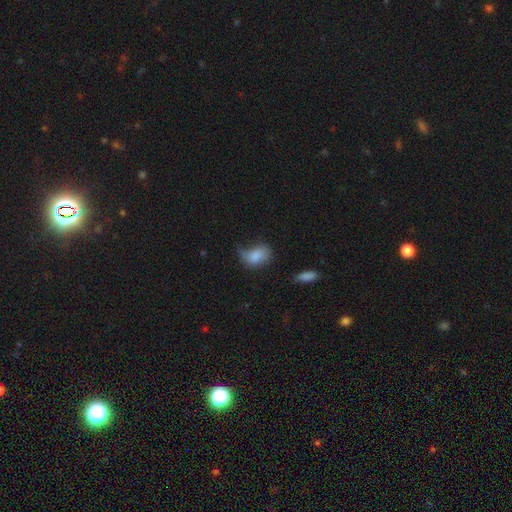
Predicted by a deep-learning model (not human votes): A smooth galaxy with no disk features (79%) that is in between round and cigar-shaped (84%).

Vote fractions:
- Smooth or featured? smooth: 79% / featured or disk: 12% / star or artifact: 8%
- How rounded? in between: 84% / round: 14% / cigar-shaped: 2%
- Merging? minor disturbance: 35% / major disturbance: 31% / none: 30% / merger: 5%